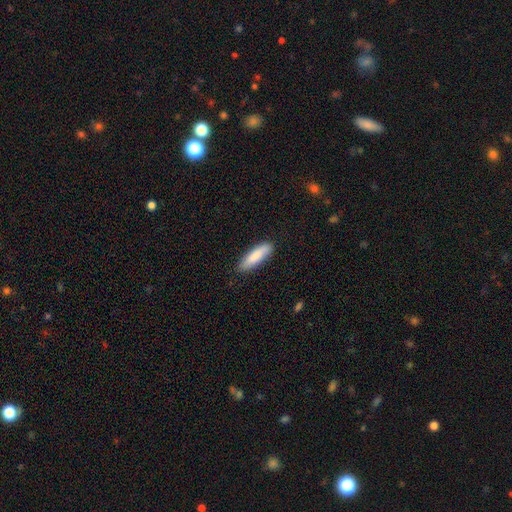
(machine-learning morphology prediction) type=smooth (82%); roundness=cigar-shaped (61%); merging=none (86%).